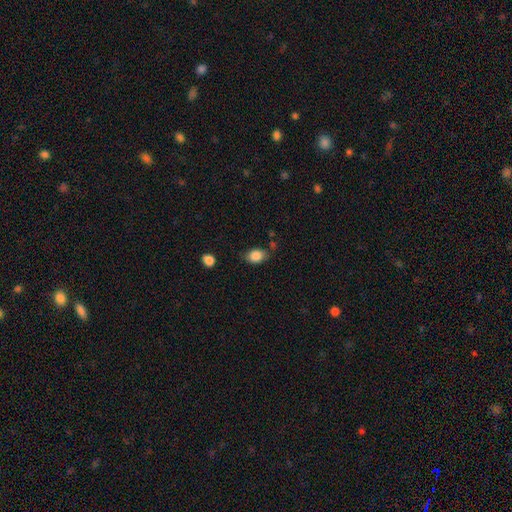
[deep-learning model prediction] smooth-or-featured: smooth: 85% | star or artifact: 8% | featured or disk: 7%
  how-rounded: in between: 73% | round: 26% | cigar-shaped: 1%
  merging: none: 69% | minor disturbance: 22% | major disturbance: 5% | merger: 4%